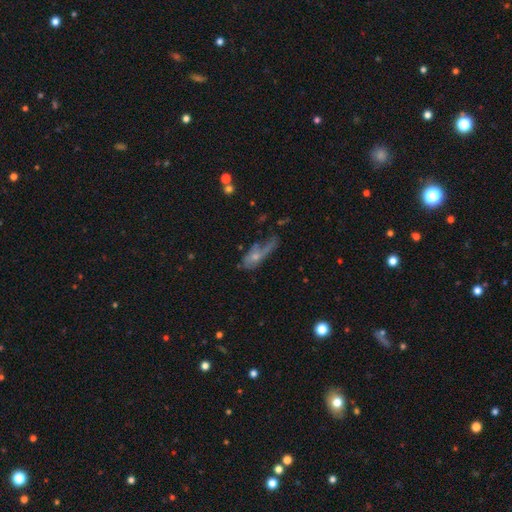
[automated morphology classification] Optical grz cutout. It shows a featured or disk galaxy (47%). Merging: major disturbance (42%).